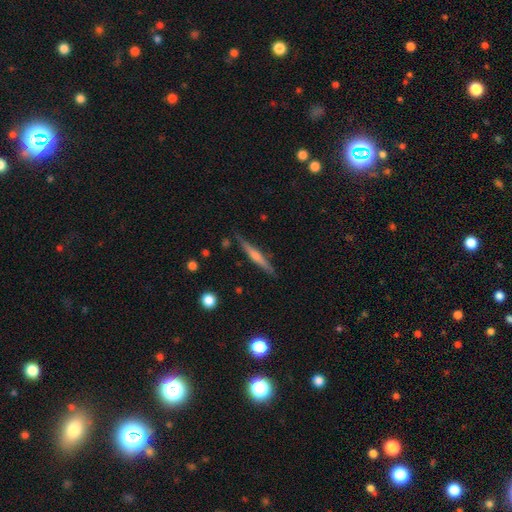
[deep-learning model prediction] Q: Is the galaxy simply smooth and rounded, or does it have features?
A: featured or disk — 58%.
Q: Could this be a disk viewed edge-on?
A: yes — 97%.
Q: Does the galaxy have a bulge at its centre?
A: rounded — 61%.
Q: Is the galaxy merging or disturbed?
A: none — 87%.